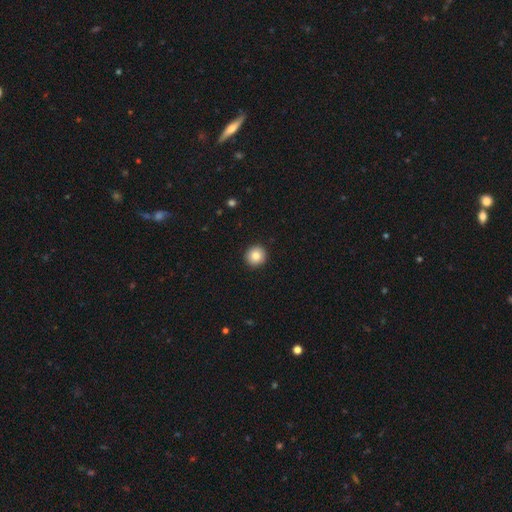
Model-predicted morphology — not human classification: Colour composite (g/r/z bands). It shows a smooth galaxy with no disk features (84%) that is round (94%). Merging: none (93%).